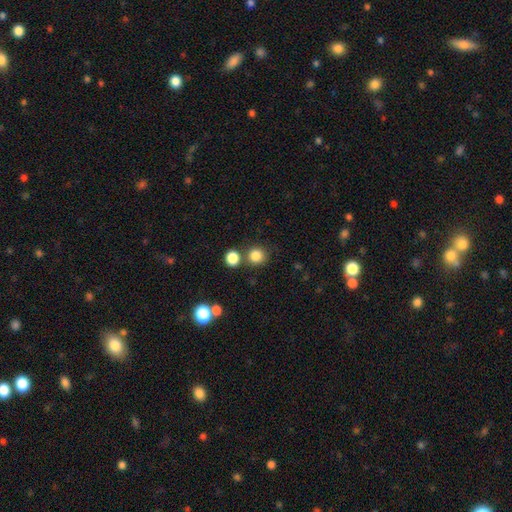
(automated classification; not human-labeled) A smooth galaxy with no disk features (83%) that is round (91%).

Vote fractions:
- Smooth or featured? smooth: 83% / star or artifact: 12% / featured or disk: 5%
- How rounded? round: 91% / in between: 8% / cigar-shaped: 1%
- Merging? none: 75% / merger: 15% / minor disturbance: 8% / major disturbance: 3%